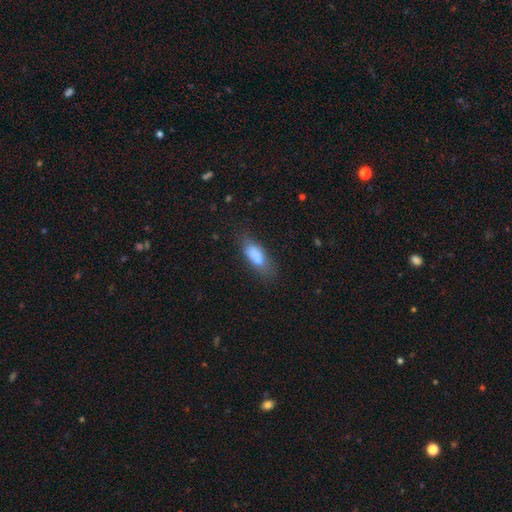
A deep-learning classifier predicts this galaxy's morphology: Smooth or featured?
  - smooth: 75% *
  - featured or disk: 16%
  - star or artifact: 9%
How rounded?
  - in between: 73% *
  - cigar-shaped: 23%
  - round: 4%
Merging?
  - none: 55% *
  - minor disturbance: 24%
  - major disturbance: 10%
  - merger: 10%